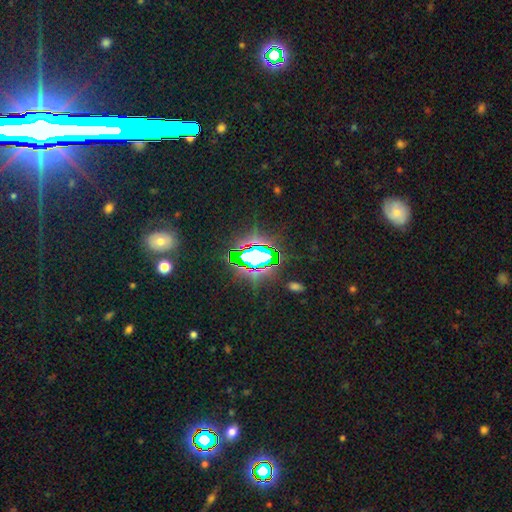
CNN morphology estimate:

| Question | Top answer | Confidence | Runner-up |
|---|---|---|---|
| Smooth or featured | star or artifact | 76% | smooth (14%) |